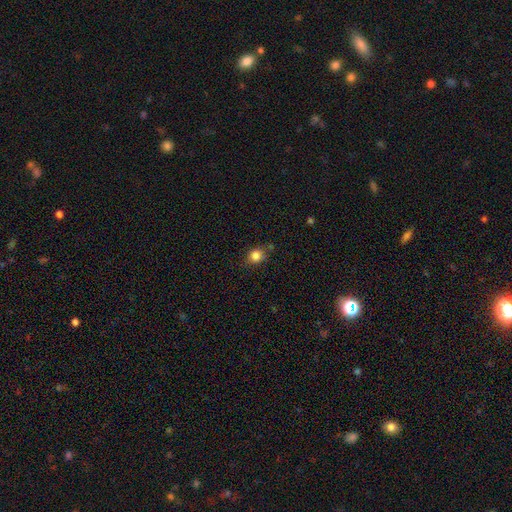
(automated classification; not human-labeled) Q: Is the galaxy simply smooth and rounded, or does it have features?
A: smooth — 83%.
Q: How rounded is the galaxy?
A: round — 67%.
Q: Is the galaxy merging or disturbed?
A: none — 74%.